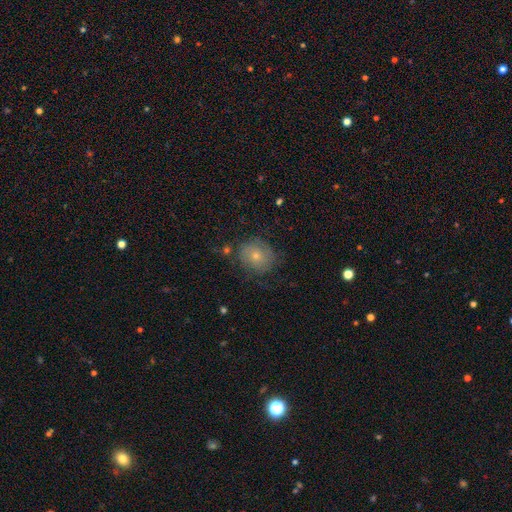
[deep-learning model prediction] Smooth or featured? Predicted: featured or disk (p=0.45). Merging? Predicted: none (p=0.73).